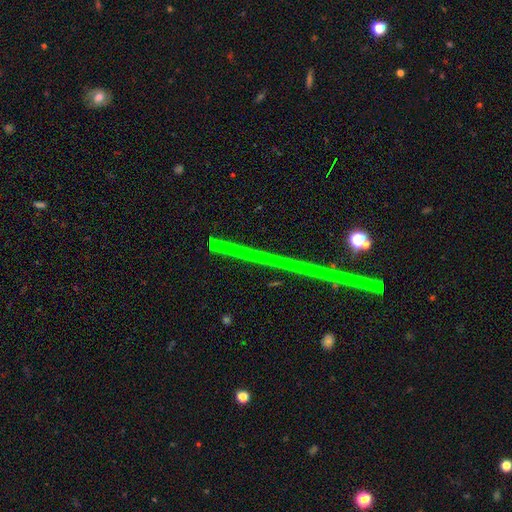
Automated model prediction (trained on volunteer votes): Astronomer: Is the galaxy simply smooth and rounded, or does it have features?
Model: star or artifact — 55% (runner-up: featured or disk, 33%).